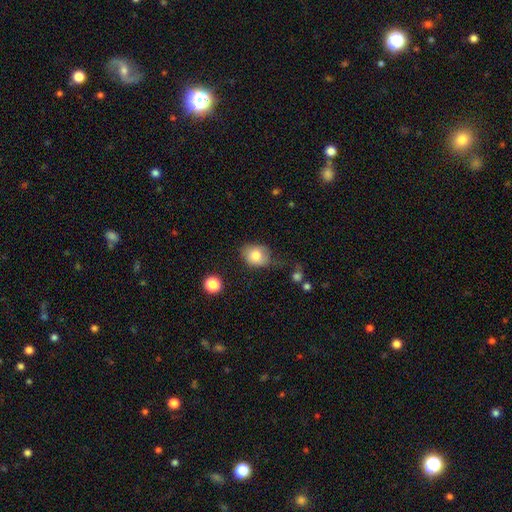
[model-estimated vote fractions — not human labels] Smooth or featured? Predicted: smooth (p=0.80). How rounded? Predicted: round (p=0.50). Merging? Predicted: none (p=0.57).